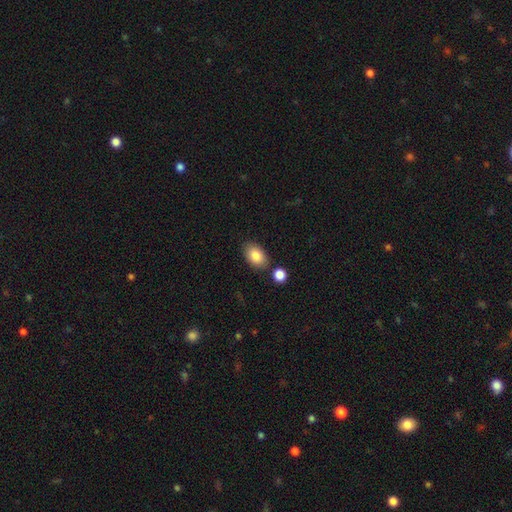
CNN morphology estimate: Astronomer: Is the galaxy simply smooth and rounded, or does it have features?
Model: smooth — 85%.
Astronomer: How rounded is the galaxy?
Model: in between — 89%.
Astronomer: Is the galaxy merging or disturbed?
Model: none — 78%.